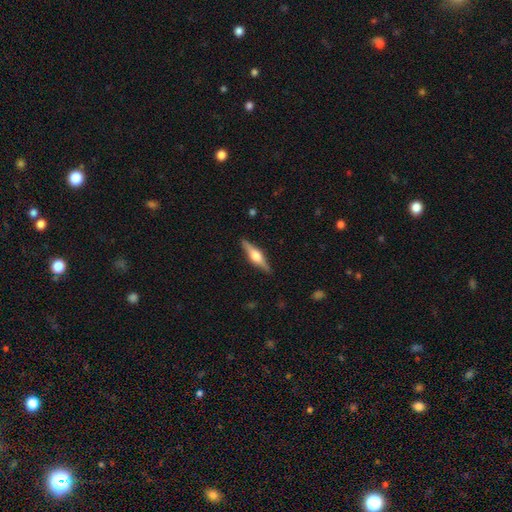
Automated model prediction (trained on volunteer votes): Smooth or featured?
  - featured or disk: 71% *
  - smooth: 24%
  - star or artifact: 6%
Edge-on disk?
  - yes: 97% *
  - no: 3%
Edge-on bulge?
  - rounded: 91% *
  - boxy: 7%
  - none: 2%
Merging?
  - none: 90% *
  - minor disturbance: 8%
  - major disturbance: 2%
  - merger: 1%